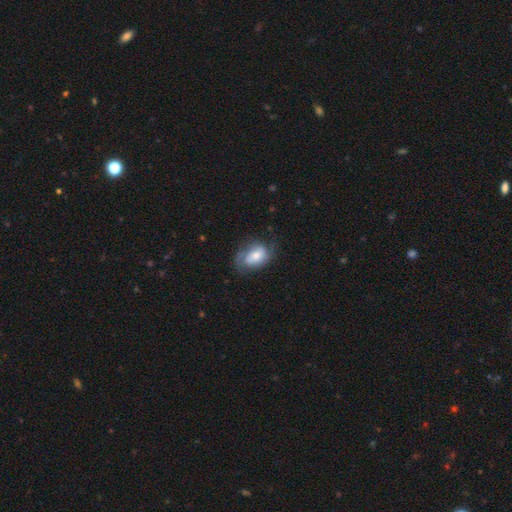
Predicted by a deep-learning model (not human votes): A featured or disk galaxy (53%) with no bar (58%), spiral arms (81%) and a moderate central bulge (50%). Merging: none (57%).